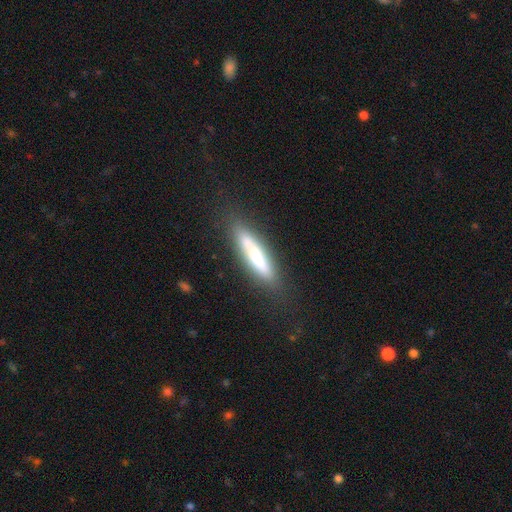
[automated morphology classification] smooth 62%, featured or disk 31%, star or artifact 7%. Down the decision tree: how rounded — cigar-shaped (85%); merging — none (80%).